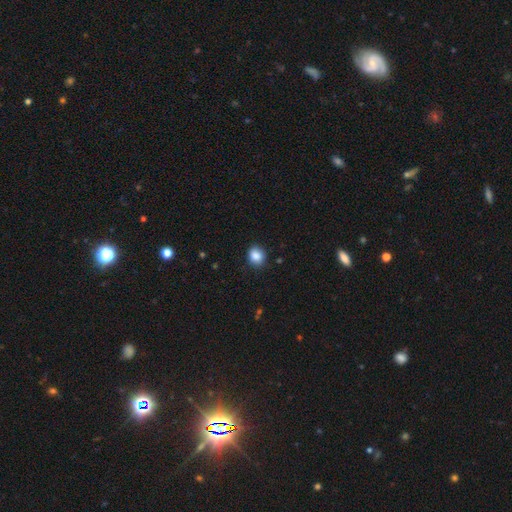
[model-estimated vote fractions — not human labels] Smooth or featured: smooth — 86% (star or artifact — 9%)
How rounded: round — 65% (in between — 34%)
Merging: none — 85% (minor disturbance — 11%)